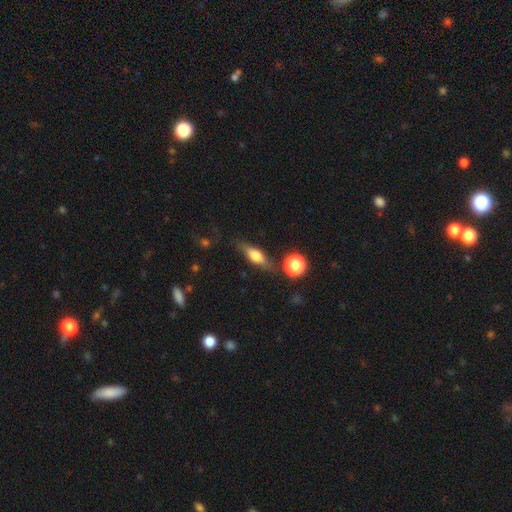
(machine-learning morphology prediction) Smooth or featured?
  - smooth: 52% *
  - featured or disk: 40%
  - star or artifact: 9%
How rounded?
  - in between: 48% *
  - cigar-shaped: 46%
  - round: 7%
Merging?
  - none: 74% *
  - minor disturbance: 16%
  - major disturbance: 6%
  - merger: 4%